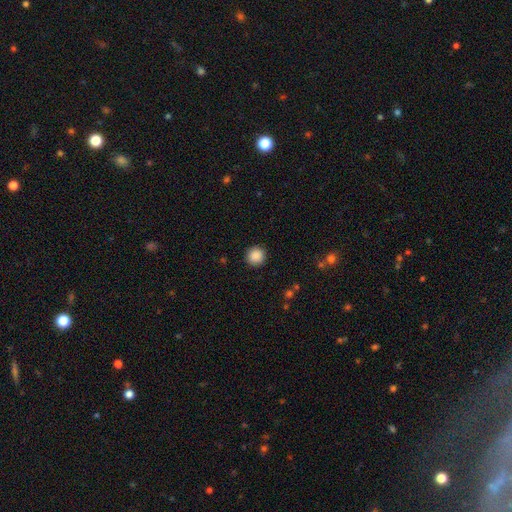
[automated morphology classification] Overall: smooth (88%). How rounded: round (94%). Merging: none (92%).